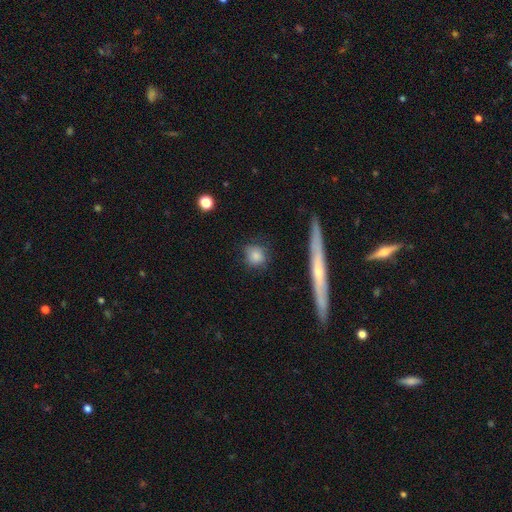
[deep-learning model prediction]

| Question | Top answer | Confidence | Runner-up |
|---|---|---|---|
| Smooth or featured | smooth | 82% | featured or disk (10%) |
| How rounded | round | 80% | in between (14%) |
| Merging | none | 80% | minor disturbance (13%) |